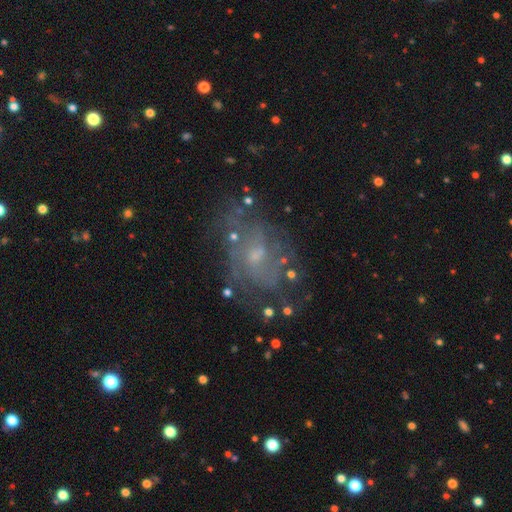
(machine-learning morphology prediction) Smooth or featured?
  - featured or disk: 70% *
  - smooth: 18%
  - star or artifact: 12%
Edge-on disk?
  - no: 96% *
  - yes: 4%
Bar?
  - no: 58% *
  - weak: 37%
  - strong: 5%
Spiral arms?
  - yes: 73% *
  - no: 27%
Bulge size?
  - small: 58% *
  - moderate: 30%
  - none: 8%
  - large: 2%
  - dominant: 1%
Merging?
  - none: 63% *
  - minor disturbance: 20%
  - major disturbance: 13%
  - merger: 4%